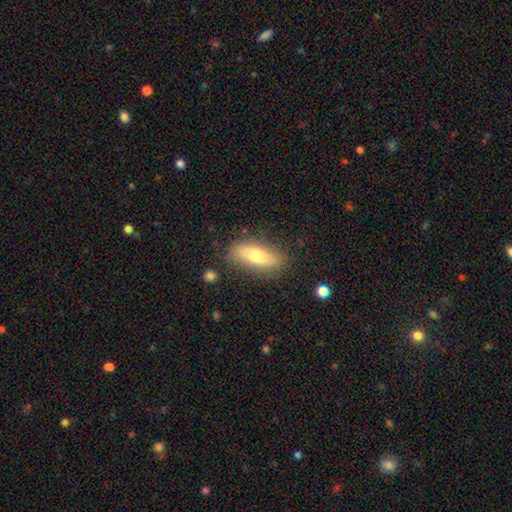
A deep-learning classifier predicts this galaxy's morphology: This is likely a smooth galaxy (68%). How rounded: likely in between (67%). Merging: likely none (77%).